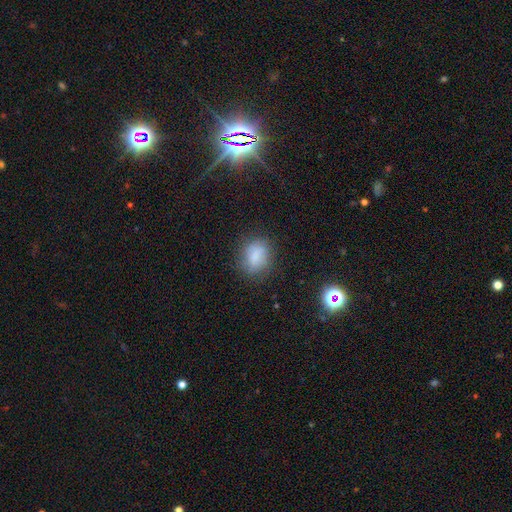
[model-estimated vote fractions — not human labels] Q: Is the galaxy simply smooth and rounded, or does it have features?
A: smooth — 78%.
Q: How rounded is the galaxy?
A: in between — 58%.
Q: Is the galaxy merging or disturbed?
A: none — 71%.